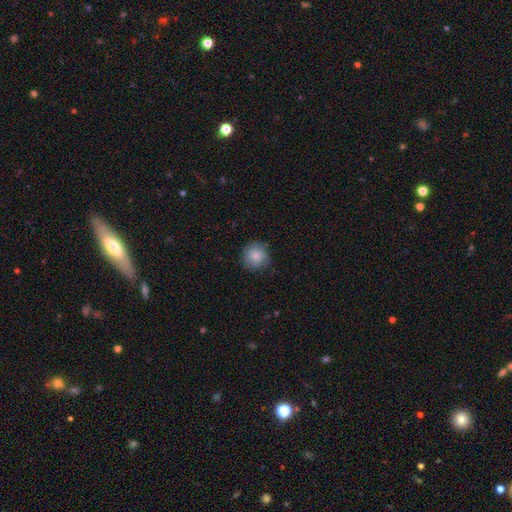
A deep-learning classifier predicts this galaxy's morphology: Smooth or featured? Predicted: smooth (p=0.83). How rounded? Predicted: round (p=0.92). Merging? Predicted: none (p=0.77).